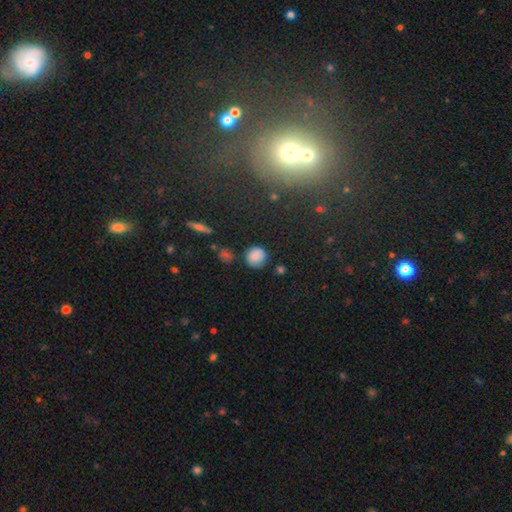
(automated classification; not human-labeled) A smooth galaxy with no disk features (81%) that is round (87%). Merging: none (76%).